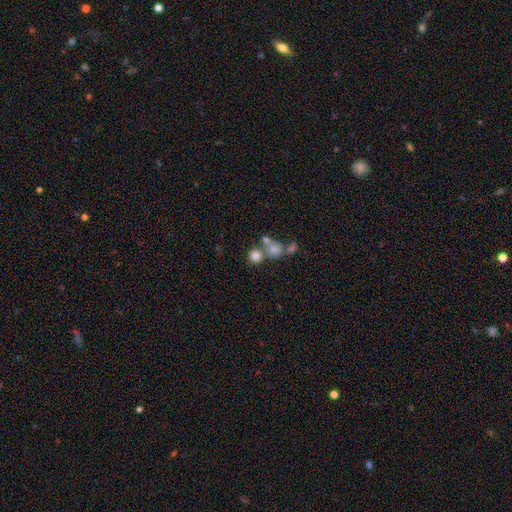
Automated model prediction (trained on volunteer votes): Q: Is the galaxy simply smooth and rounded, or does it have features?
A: smooth — 76%.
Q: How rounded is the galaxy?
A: round — 87%.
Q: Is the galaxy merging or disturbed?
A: none — 51%.